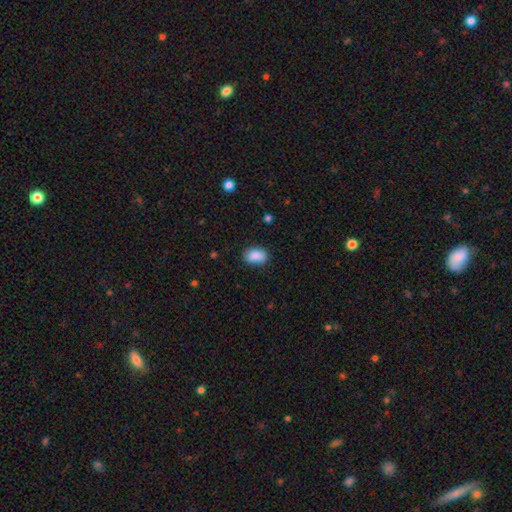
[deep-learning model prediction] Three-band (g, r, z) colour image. It shows a smooth galaxy with no disk features (89%) that is in between round and cigar-shaped (86%). Merging: none (83%).